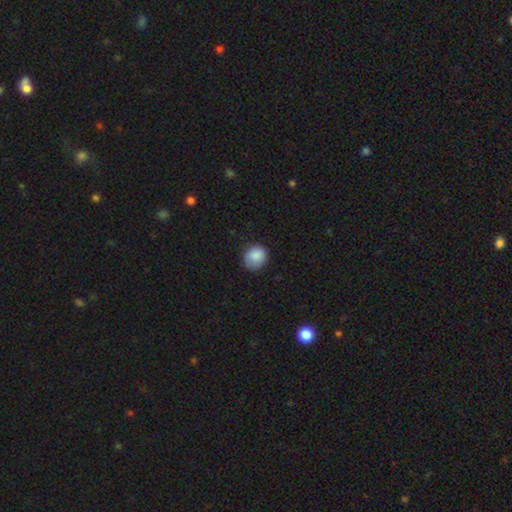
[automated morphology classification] The model was most divided on "how rounded": round: 81%, in between: 18%, cigar-shaped: 1%. More confident: smooth or featured — smooth (88%); merging — none (81%).